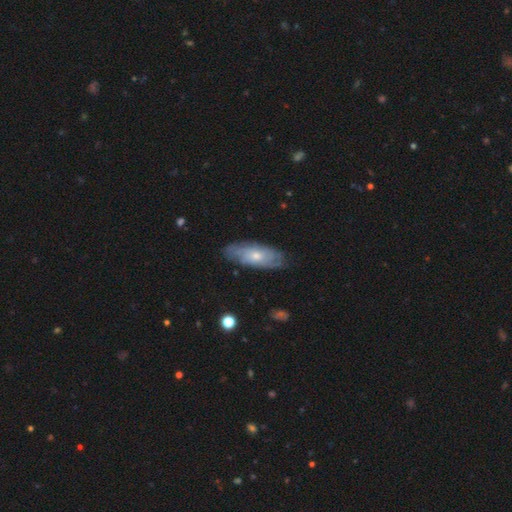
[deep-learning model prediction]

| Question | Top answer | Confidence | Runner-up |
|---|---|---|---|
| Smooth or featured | featured or disk | 58% | smooth (37%) |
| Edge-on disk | no | 82% | yes (18%) |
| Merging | none | 76% | minor disturbance (18%) |